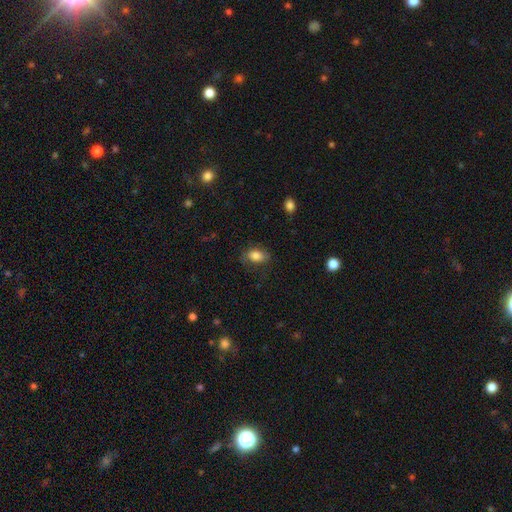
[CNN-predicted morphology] A smooth galaxy with no disk features (82%) that is in between round and cigar-shaped (85%).

Vote fractions:
- Smooth or featured? smooth: 82% / featured or disk: 10% / star or artifact: 8%
- How rounded? in between: 85% / round: 13% / cigar-shaped: 2%
- Merging? none: 70% / minor disturbance: 21% / major disturbance: 8% / merger: 1%